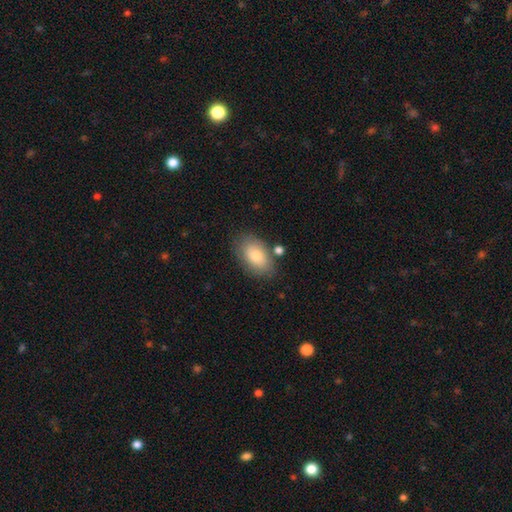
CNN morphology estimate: type=smooth (79%); roundness=in between (92%); merging=none (76%).